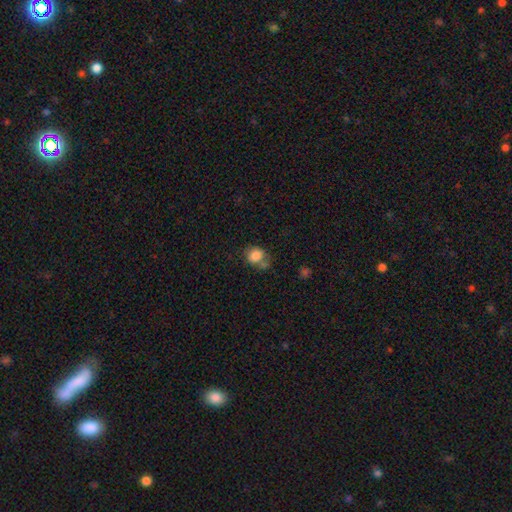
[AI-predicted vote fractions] The model was most divided on "merging": none: 52%, minor disturbance: 22%, merger: 18%, major disturbance: 8%. More confident: smooth or featured — smooth (83%); how rounded — round (70%).